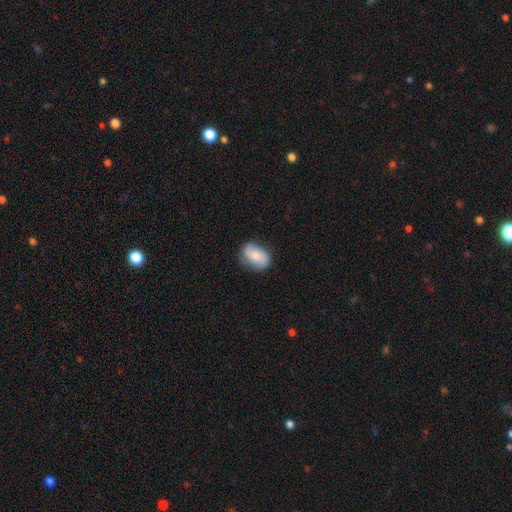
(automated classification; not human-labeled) Smooth or featured?
  - smooth: 66% *
  - featured or disk: 27%
  - star or artifact: 7%
How rounded?
  - in between: 82% *
  - round: 17%
  - cigar-shaped: 2%
Merging?
  - none: 74% *
  - minor disturbance: 20%
  - major disturbance: 4%
  - merger: 1%